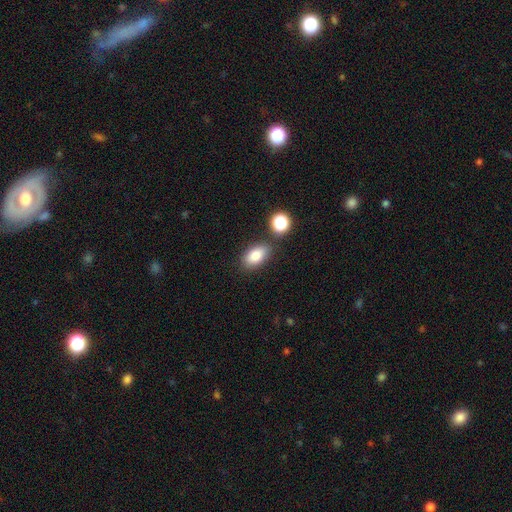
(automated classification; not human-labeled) Smooth or featured? Predicted: smooth (p=0.82). How rounded? Predicted: in between (p=0.90). Merging? Predicted: none (p=0.78).